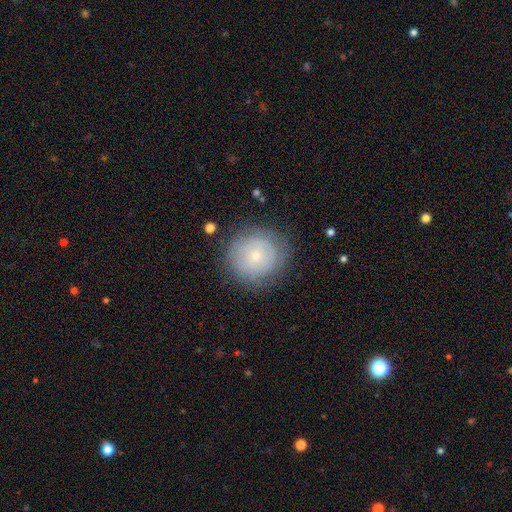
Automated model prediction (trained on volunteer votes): This appears to be a smooth galaxy with no disk features (54%) that is round (92%). Merging: none (81%).